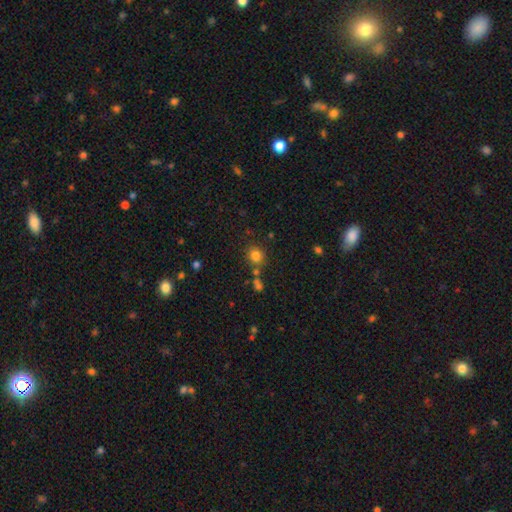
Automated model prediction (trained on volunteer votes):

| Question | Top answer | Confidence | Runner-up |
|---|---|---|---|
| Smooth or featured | smooth | 80% | star or artifact (13%) |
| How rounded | round | 83% | in between (16%) |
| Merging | none | 75% | minor disturbance (11%) |